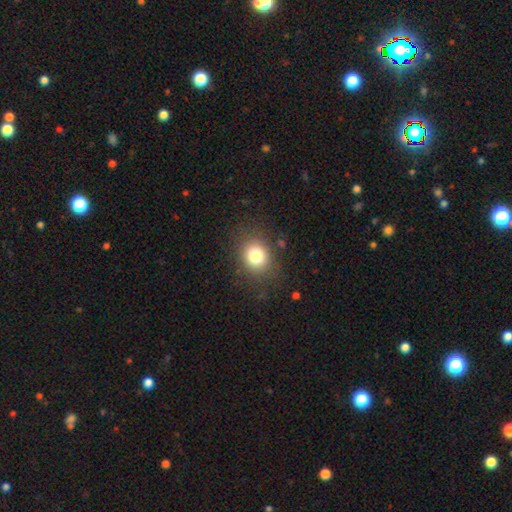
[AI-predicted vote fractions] Smooth or featured? Predicted: smooth (p=0.78). How rounded? Predicted: round (p=0.72). Merging? Predicted: none (p=0.83).